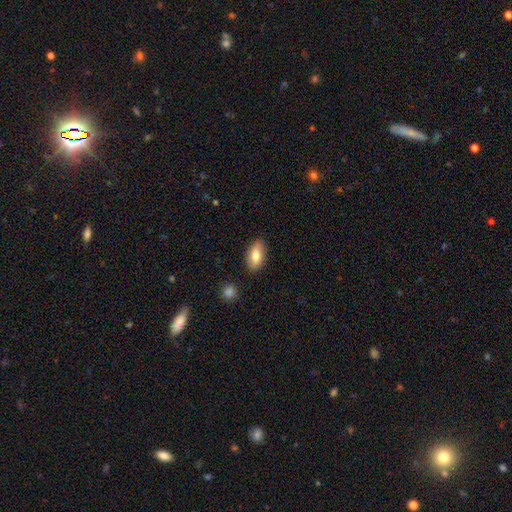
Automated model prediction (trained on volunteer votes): smooth_or_featured: smooth (p=0.78) [alt: featured or disk p=0.15]
how_rounded: in between (p=0.92) [alt: cigar-shaped p=0.05]
merging: none (p=0.85) [alt: minor disturbance p=0.11]